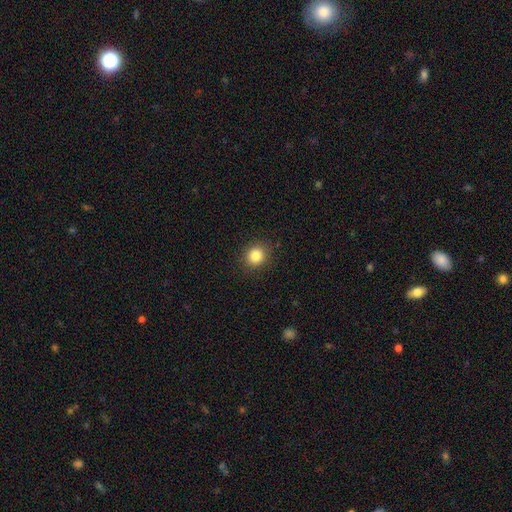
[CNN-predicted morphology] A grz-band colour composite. It shows a smooth galaxy with no disk features (84%) that is round (80%). Merging: none (89%).